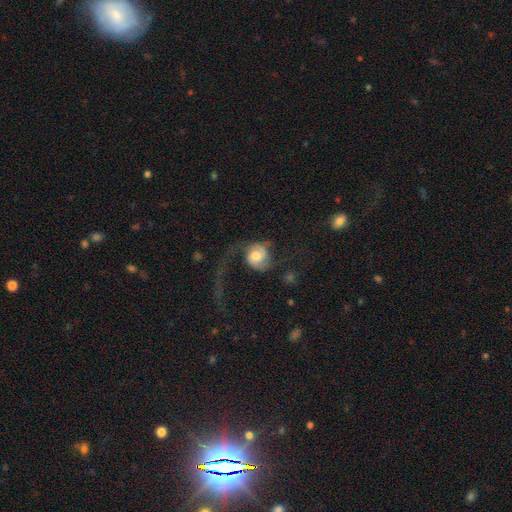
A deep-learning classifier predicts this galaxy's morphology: A featured or disk galaxy (59%) with no bar (68%), spiral arms (85%) and a moderate central bulge (65%).

Vote fractions:
- Smooth or featured? featured or disk: 59% / smooth: 33% / star or artifact: 7%
- Edge-on disk? no: 97% / yes: 3%
- Bar? no: 68% / weak: 26% / strong: 6%
- Spiral arms? yes: 85% / no: 15%
- Bulge size? moderate: 65% / small: 16% / large: 14% / dominant: 3% / none: 2%
- Merging? major disturbance: 53% / none: 31% / minor disturbance: 13% / merger: 3%